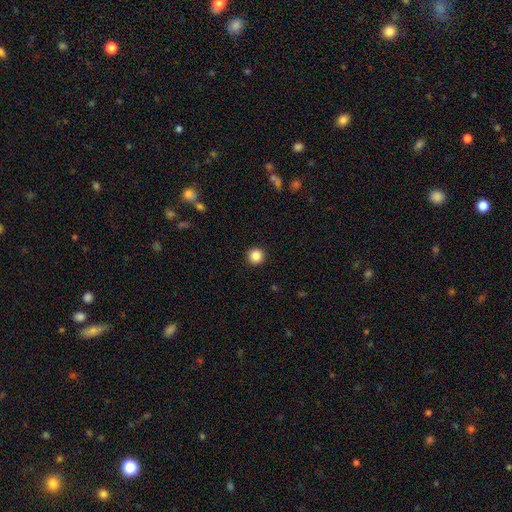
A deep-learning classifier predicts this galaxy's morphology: This is clearly a smooth galaxy (86%). How rounded: clearly round (96%). Merging: clearly none (93%).